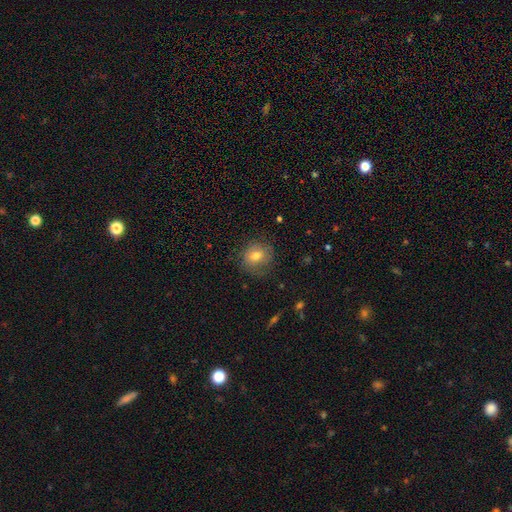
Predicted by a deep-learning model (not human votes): This appears to be a smooth galaxy with no disk features (73%) that is round (76%). Merging: none (74%).